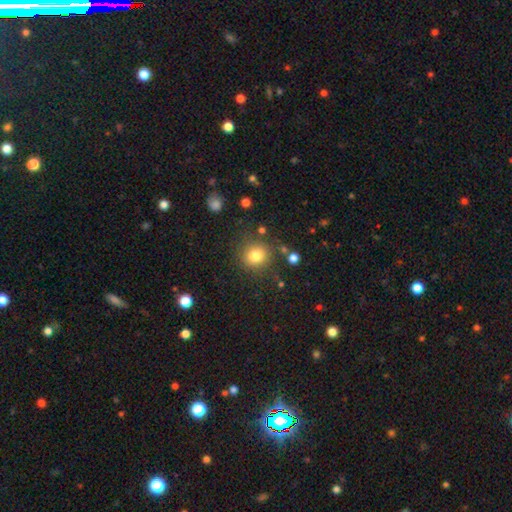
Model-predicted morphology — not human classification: Smooth or featured?
  - smooth: 80% *
  - star or artifact: 12%
  - featured or disk: 7%
How rounded?
  - round: 85% *
  - in between: 14%
  - cigar-shaped: 1%
Merging?
  - none: 81% *
  - minor disturbance: 10%
  - merger: 4%
  - major disturbance: 4%